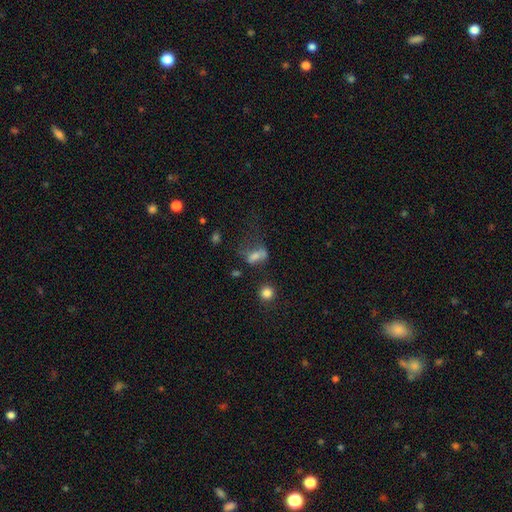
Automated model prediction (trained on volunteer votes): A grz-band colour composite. It shows a smooth galaxy with no disk features (63%) that is in between round and cigar-shaped (74%). Merging: major disturbance (35%).